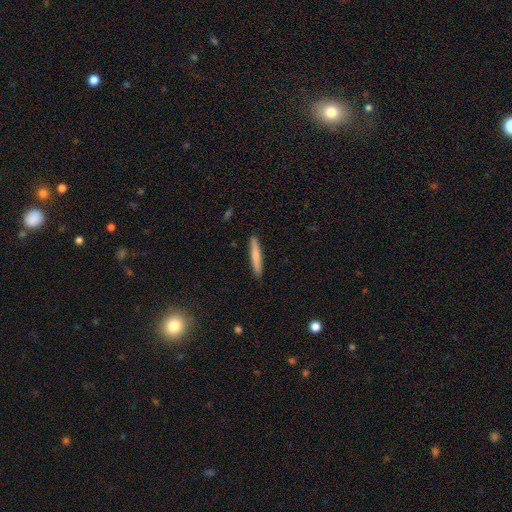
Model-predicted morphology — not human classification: This appears to be a smooth galaxy with no disk features (71%) that is cigar-shaped (94%). Merging: none (90%).